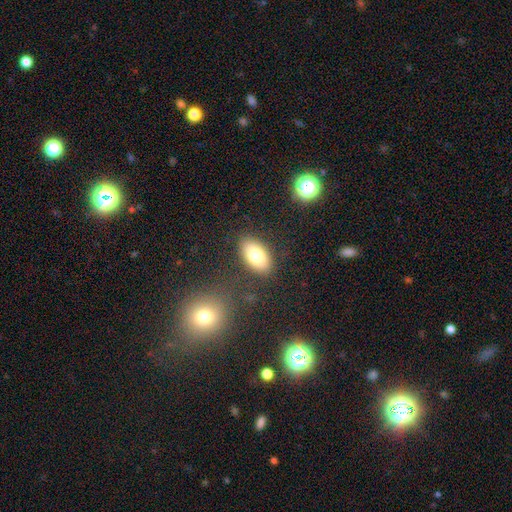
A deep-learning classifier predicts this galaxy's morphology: Q: Smooth or featured?
A: smooth (78%); runner-up: featured or disk (14%)
Q: How rounded?
A: in between (92%); runner-up: round (5%)
Q: Merging?
A: none (84%); runner-up: minor disturbance (10%)